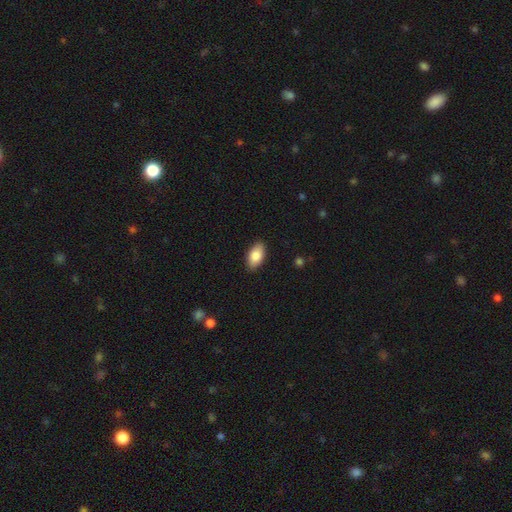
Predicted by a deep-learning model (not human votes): Smooth or featured? Predicted: smooth (p=0.84). How rounded? Predicted: in between (p=0.93). Merging? Predicted: none (p=0.88).